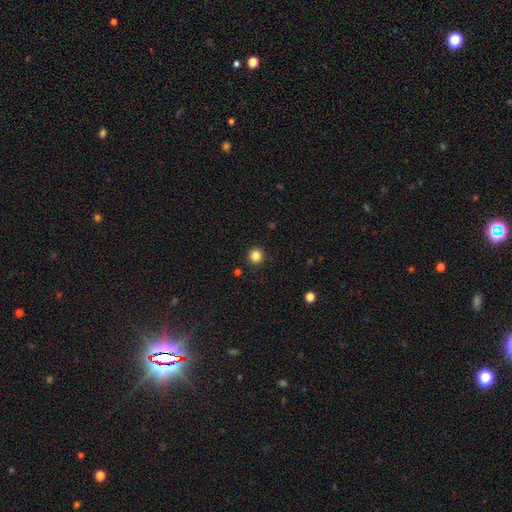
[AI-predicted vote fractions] Q: Smooth or featured?
A: smooth (85%); runner-up: star or artifact (12%)
Q: How rounded?
A: round (93%); runner-up: in between (6%)
Q: Merging?
A: none (91%); runner-up: minor disturbance (6%)